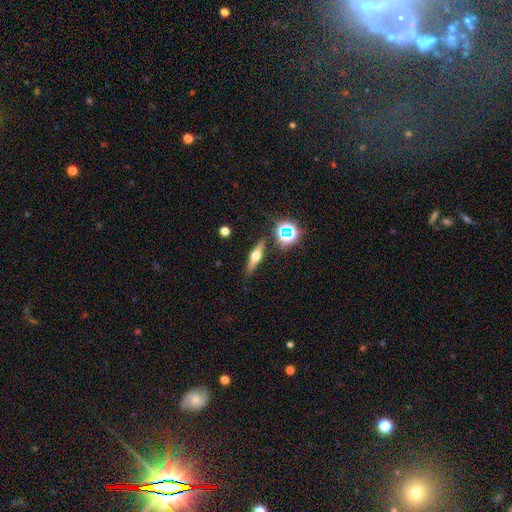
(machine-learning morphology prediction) featured or disk 56%, smooth 32%, star or artifact 12%. Down the decision tree: edge-on disk — yes (93%); edge-on bulge — rounded (95%); merging — none (86%).